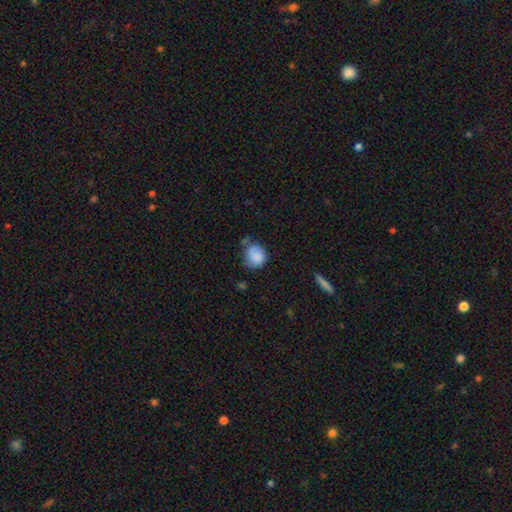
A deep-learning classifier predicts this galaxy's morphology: Smooth or featured? smooth (74%)
How rounded? round (75%)
Merging? none (52%)